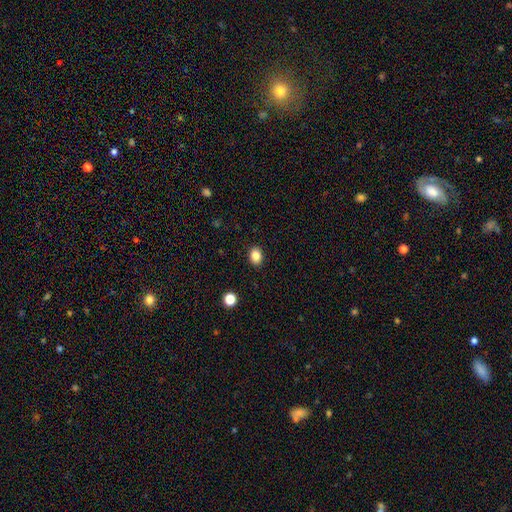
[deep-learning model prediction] smooth-or-featured: smooth: 85% | star or artifact: 10% | featured or disk: 5%
  how-rounded: in between: 62% | round: 37% | cigar-shaped: 1%
  merging: none: 90% | minor disturbance: 7% | major disturbance: 2% | merger: 1%